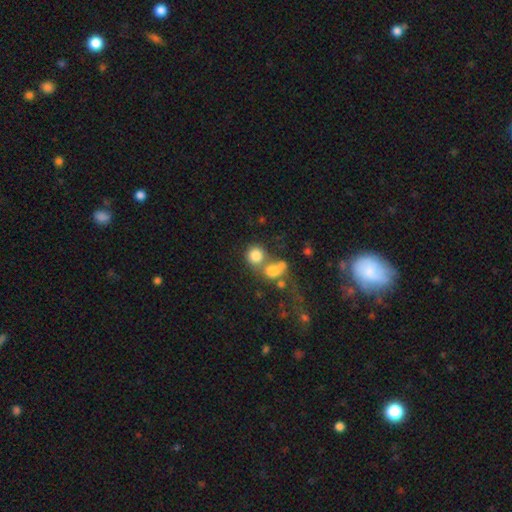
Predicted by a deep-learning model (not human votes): Morphology: type=smooth (78%); roundness=round (81%); merging=merger (47%).